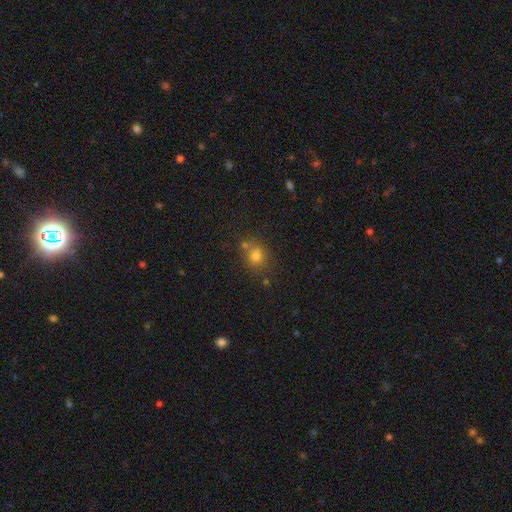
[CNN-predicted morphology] The model was most divided on "how rounded": round: 68%, in between: 31%, cigar-shaped: 1%. More confident: smooth or featured — smooth (72%); merging — none (62%).